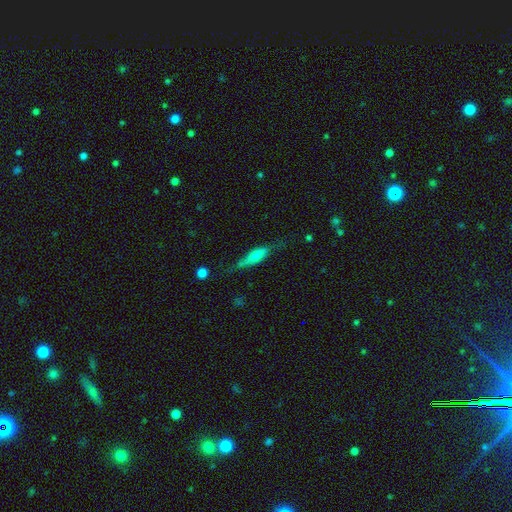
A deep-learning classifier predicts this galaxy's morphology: Smooth or featured?
  - featured or disk: 52% *
  - smooth: 41%
  - star or artifact: 7%
Edge-on disk?
  - yes: 86% *
  - no: 14%
Merging?
  - none: 64% *
  - minor disturbance: 24%
  - major disturbance: 10%
  - merger: 3%